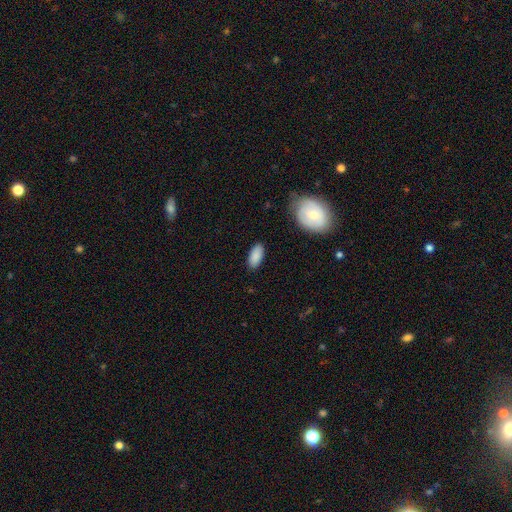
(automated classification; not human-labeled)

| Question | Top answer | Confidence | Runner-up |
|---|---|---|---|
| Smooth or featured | smooth | 88% | star or artifact (6%) |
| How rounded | in between | 90% | cigar-shaped (8%) |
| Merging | none | 86% | minor disturbance (10%) |